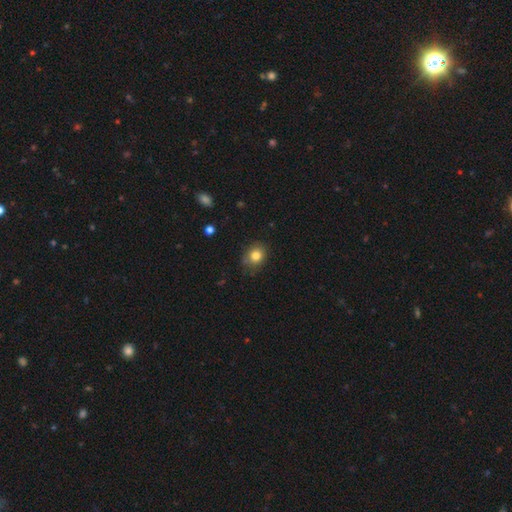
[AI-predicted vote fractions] Smooth or featured?
  - smooth: 81% *
  - star or artifact: 11%
  - featured or disk: 8%
How rounded?
  - round: 67% *
  - in between: 32%
  - cigar-shaped: 1%
Merging?
  - none: 75% *
  - minor disturbance: 19%
  - major disturbance: 4%
  - merger: 2%